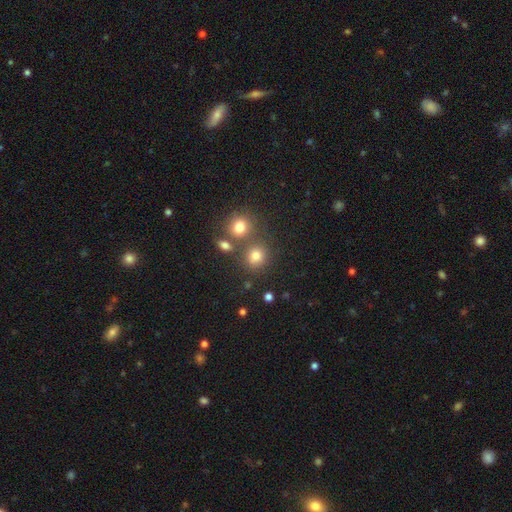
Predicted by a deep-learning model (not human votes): Smooth or featured? smooth (74%)
How rounded? round (82%)
Merging? none (66%)